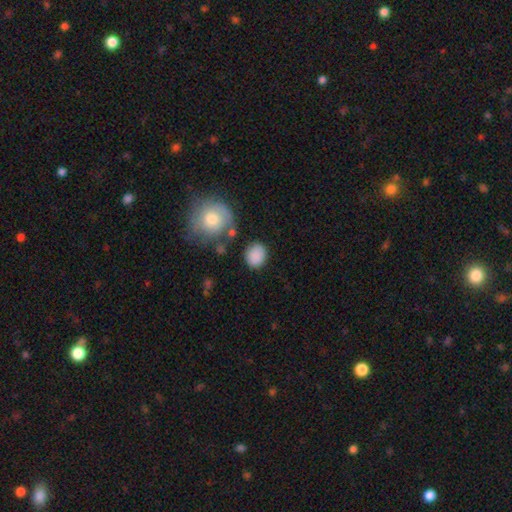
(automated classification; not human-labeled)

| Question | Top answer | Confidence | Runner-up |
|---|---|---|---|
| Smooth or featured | smooth | 87% | star or artifact (8%) |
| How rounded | round | 70% | in between (29%) |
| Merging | none | 77% | minor disturbance (13%) |